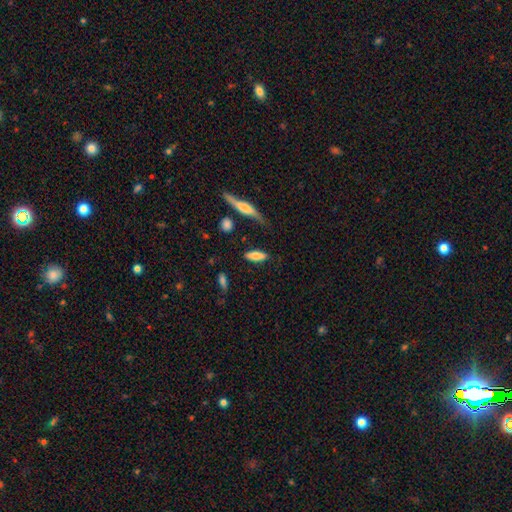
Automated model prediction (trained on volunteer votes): This appears to be a smooth galaxy with no disk features (75%) that is in between round and cigar-shaped (62%). Merging: none (76%).